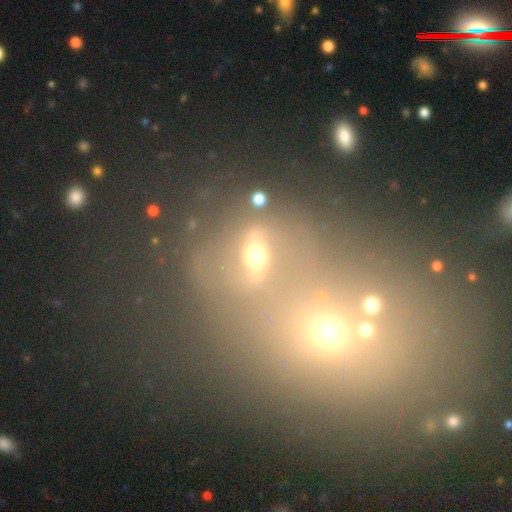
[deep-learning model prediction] smooth-or-featured: smooth: 41% | featured or disk: 34% | star or artifact: 24%
  merging: none: 44% | merger: 37% | minor disturbance: 11% | major disturbance: 9%